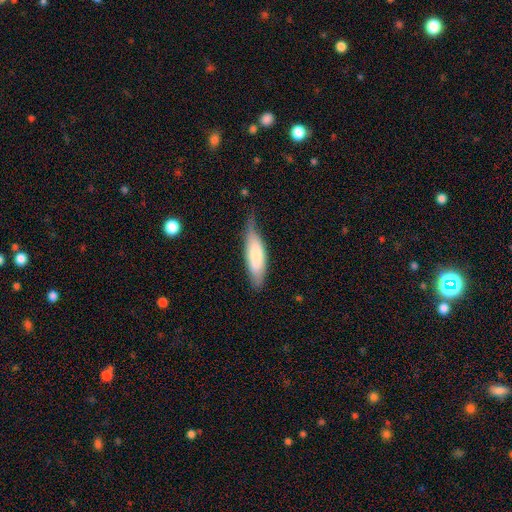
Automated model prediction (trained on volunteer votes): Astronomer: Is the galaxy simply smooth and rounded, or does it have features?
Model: smooth — 75%.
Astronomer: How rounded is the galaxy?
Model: in between — 51% (runner-up: cigar-shaped, 47%).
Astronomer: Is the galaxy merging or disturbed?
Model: none — 51% (runner-up: minor disturbance, 37%).